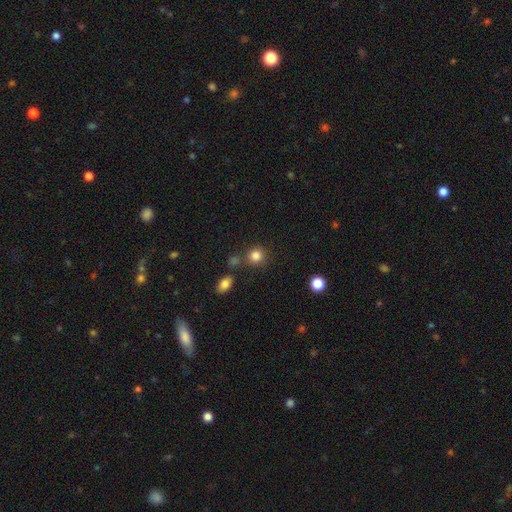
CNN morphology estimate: type=smooth (84%); roundness=round (88%); merging=none (73%).